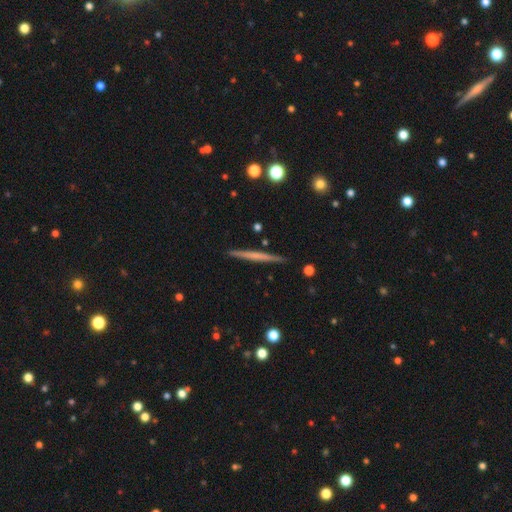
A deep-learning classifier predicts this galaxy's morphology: This appears to be a featured or disk galaxy (52%) viewed edge-on (98%) with no central bulge (84%). Merging: none (92%).